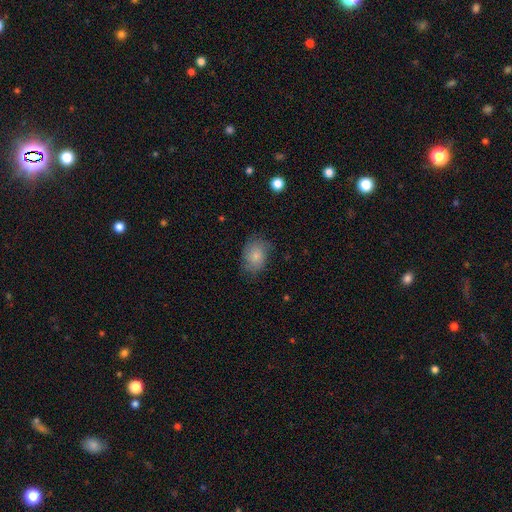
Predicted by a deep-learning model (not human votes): smooth 74%, featured or disk 18%, star or artifact 8%. Down the decision tree: how rounded — in between (64%); merging — none (65%).